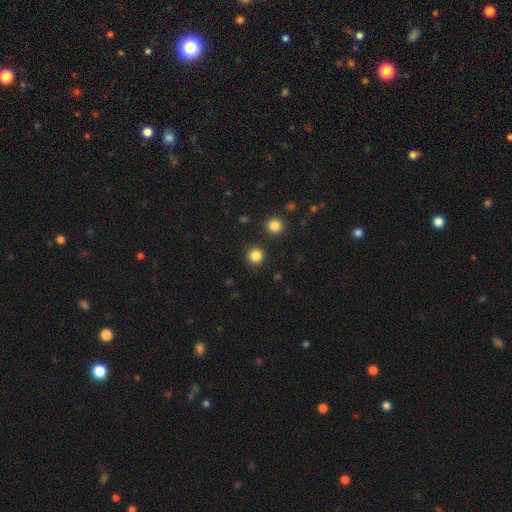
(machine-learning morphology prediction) The model was most divided on "smooth or featured": smooth: 84%, star or artifact: 12%, featured or disk: 3%. More confident: how rounded — round (95%); merging — none (90%).